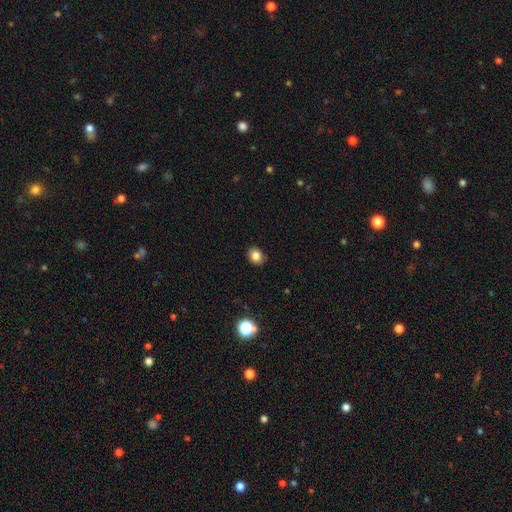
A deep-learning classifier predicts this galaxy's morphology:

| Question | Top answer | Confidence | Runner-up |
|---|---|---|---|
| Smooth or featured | smooth | 83% | star or artifact (11%) |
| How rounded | round | 59% | in between (40%) |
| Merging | none | 89% | minor disturbance (8%) |